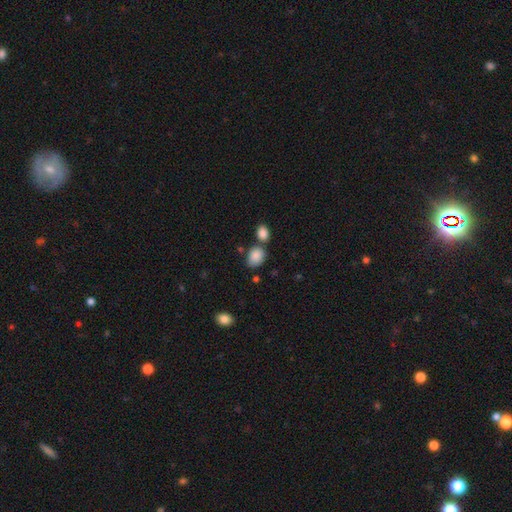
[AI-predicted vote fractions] Smooth or featured: smooth — 87% (star or artifact — 8%)
How rounded: in between — 67% (round — 32%)
Merging: none — 56% (merger — 22%)